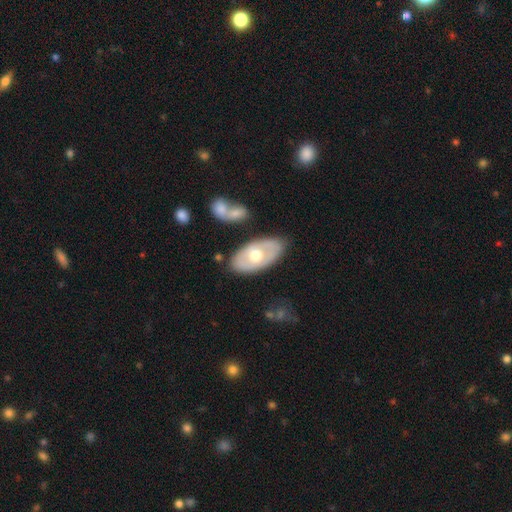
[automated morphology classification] Overall: featured or disk (50%; smooth 45%). Edge-on disk: no (85%). Merging: none (76%).